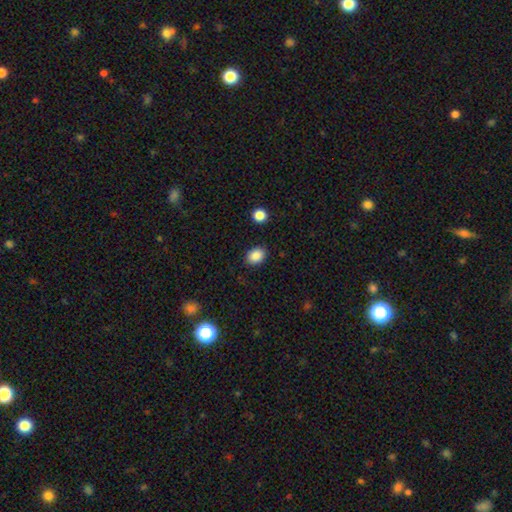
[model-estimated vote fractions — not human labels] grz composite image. It shows a smooth galaxy with no disk features (87%) that is in between round and cigar-shaped (64%). Merging: none (87%).